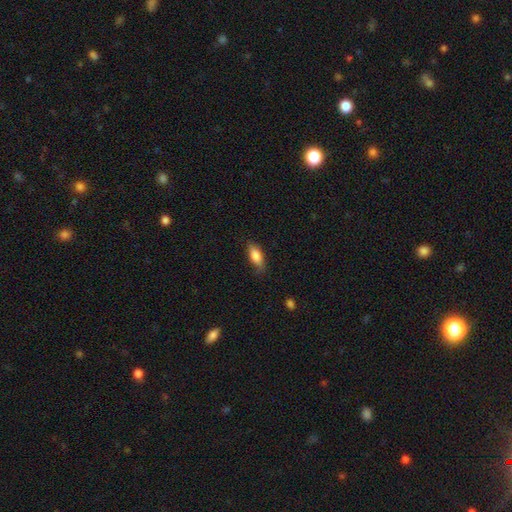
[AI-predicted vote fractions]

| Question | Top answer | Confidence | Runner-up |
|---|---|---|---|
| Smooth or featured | smooth | 80% | featured or disk (13%) |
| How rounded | in between | 77% | cigar-shaped (20%) |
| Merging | none | 74% | minor disturbance (20%) |